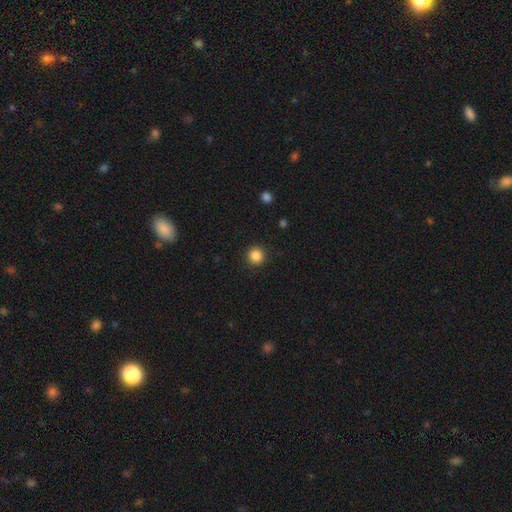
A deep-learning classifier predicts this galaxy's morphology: Smooth or featured? smooth (86%)
How rounded? round (95%)
Merging? none (92%)